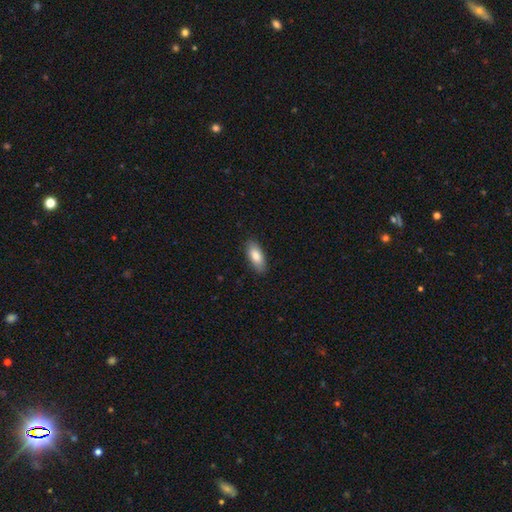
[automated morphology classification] smooth_or_featured: smooth (p=0.83) [alt: featured or disk p=0.11]
how_rounded: in between (p=0.83) [alt: cigar-shaped p=0.15]
merging: none (p=0.86) [alt: minor disturbance p=0.11]